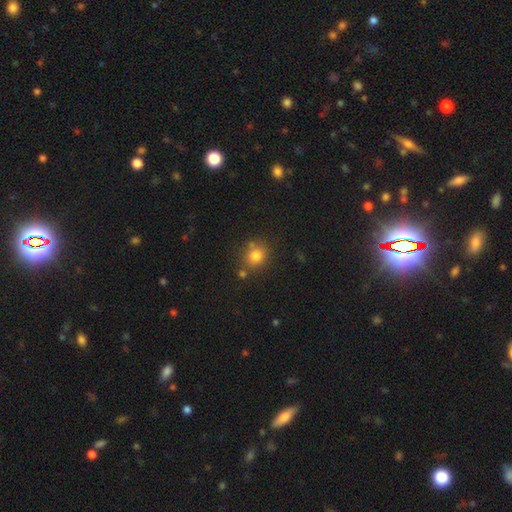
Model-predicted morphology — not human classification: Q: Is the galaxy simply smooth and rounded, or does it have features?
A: smooth — 79%.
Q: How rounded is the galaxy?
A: round — 81%.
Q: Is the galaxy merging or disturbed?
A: none — 73%.